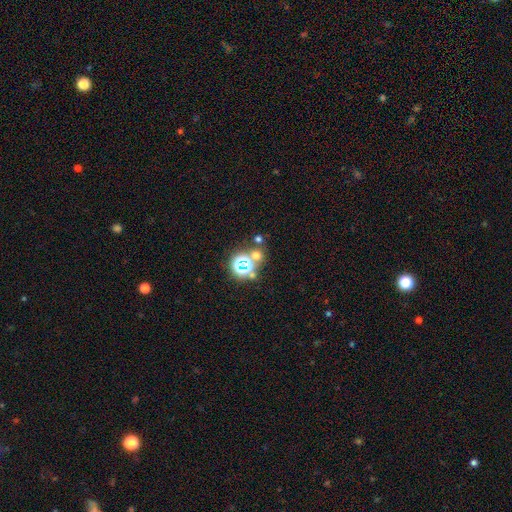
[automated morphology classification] This is possibly a smooth galaxy (47%). Merging: likely none (67%).